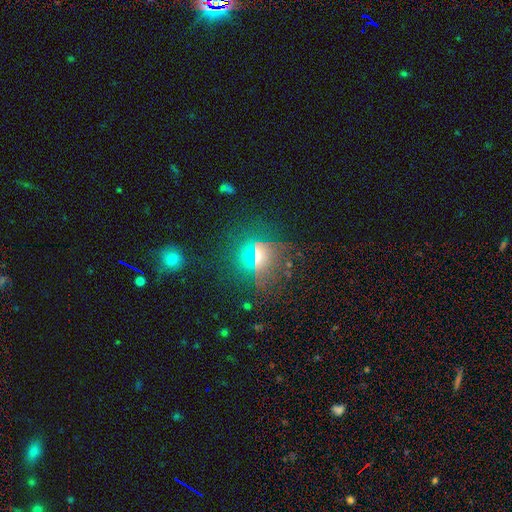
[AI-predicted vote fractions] A smooth galaxy with no disk features (47%). Merging: none (77%).